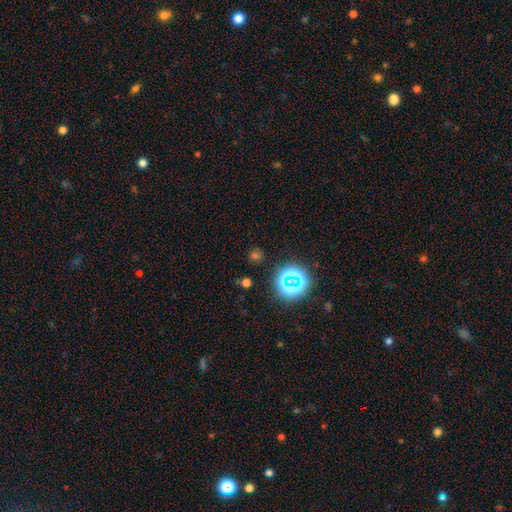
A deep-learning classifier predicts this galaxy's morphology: Smooth or featured? Predicted: star or artifact (p=0.48).